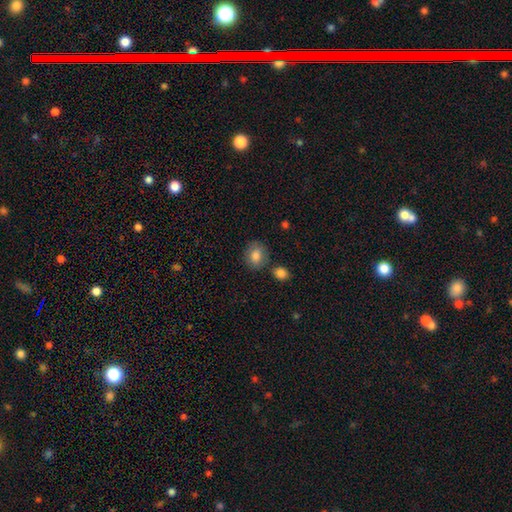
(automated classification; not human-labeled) smooth-or-featured: smooth: 84% | featured or disk: 9% | star or artifact: 8%
  how-rounded: round: 63% | in between: 36% | cigar-shaped: 1%
  merging: none: 76% | minor disturbance: 13% | merger: 8% | major disturbance: 3%